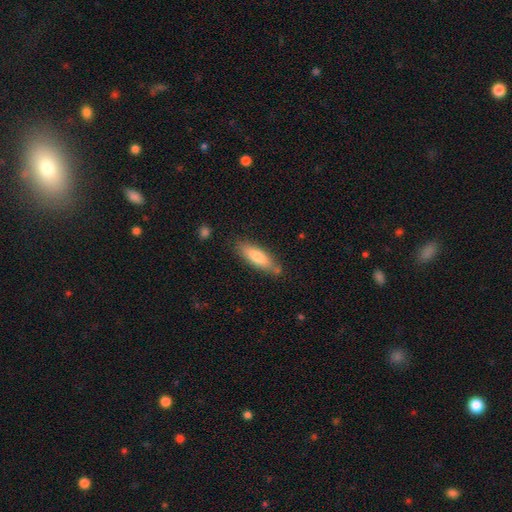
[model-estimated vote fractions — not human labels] Smooth or featured? Predicted: smooth (p=0.70). How rounded? Predicted: cigar-shaped (p=0.55). Merging? Predicted: none (p=0.81).